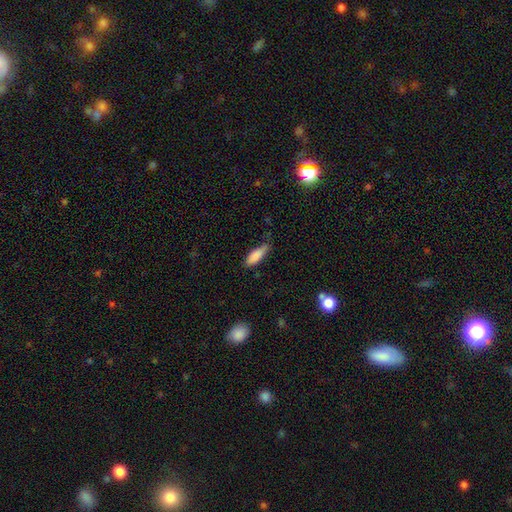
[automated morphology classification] This is clearly a smooth galaxy (86%). How rounded: possibly in between (56%). Merging: likely none (62%).